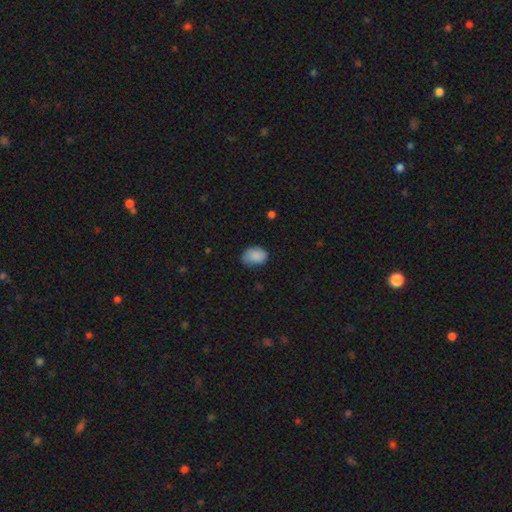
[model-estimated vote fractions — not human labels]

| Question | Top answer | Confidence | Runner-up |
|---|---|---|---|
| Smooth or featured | smooth | 87% | star or artifact (7%) |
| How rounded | in between | 79% | round (20%) |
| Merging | none | 65% | minor disturbance (28%) |